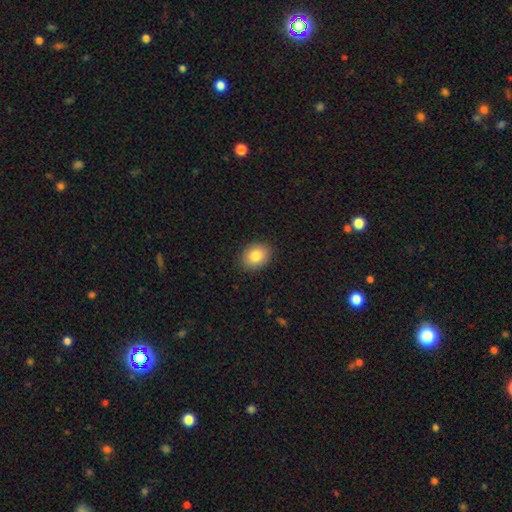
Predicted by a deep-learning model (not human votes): smooth-or-featured: smooth: 84% | star or artifact: 8% | featured or disk: 7%
  how-rounded: in between: 54% | round: 45% | cigar-shaped: 1%
  merging: none: 89% | minor disturbance: 8% | major disturbance: 2% | merger: 1%